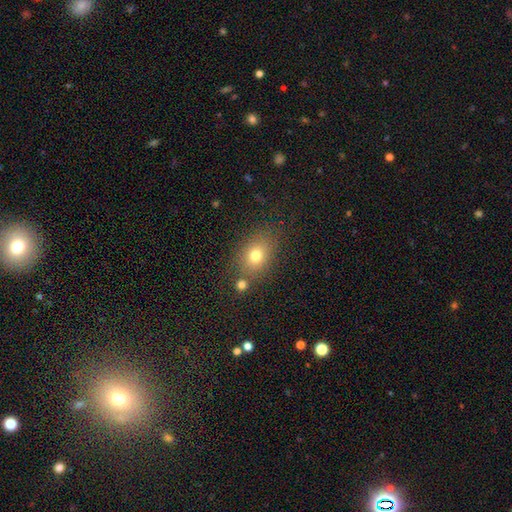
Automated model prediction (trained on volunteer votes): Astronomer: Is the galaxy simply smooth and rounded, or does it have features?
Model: smooth — 75%.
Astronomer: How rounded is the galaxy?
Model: in between — 59% (runner-up: round, 40%).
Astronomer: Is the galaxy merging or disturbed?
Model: none — 72%.